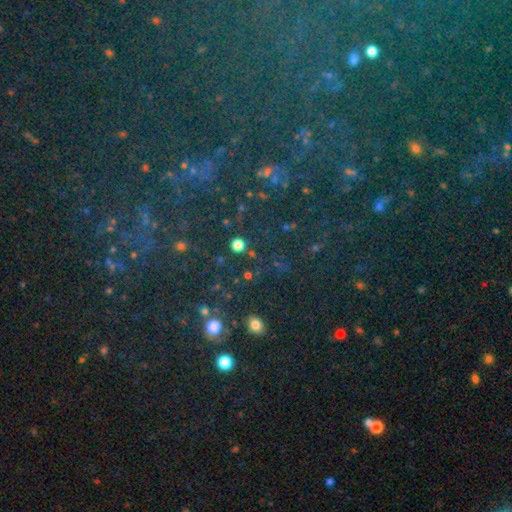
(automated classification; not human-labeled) A star or artifact, not a galaxy (80%).

Vote fractions:
- Smooth or featured? star or artifact: 80% / smooth: 11% / featured or disk: 9%